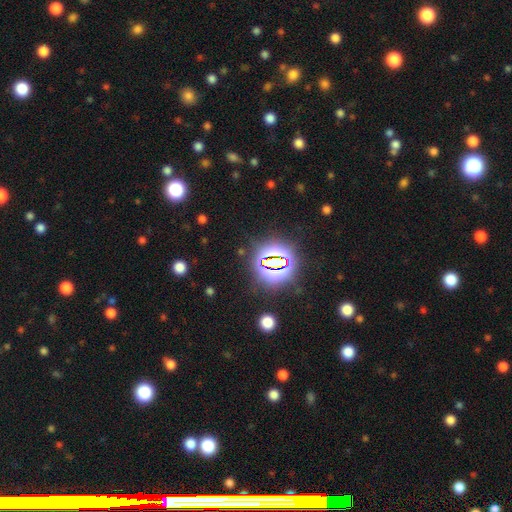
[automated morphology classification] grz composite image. It shows a star or artifact, not a galaxy (79%).